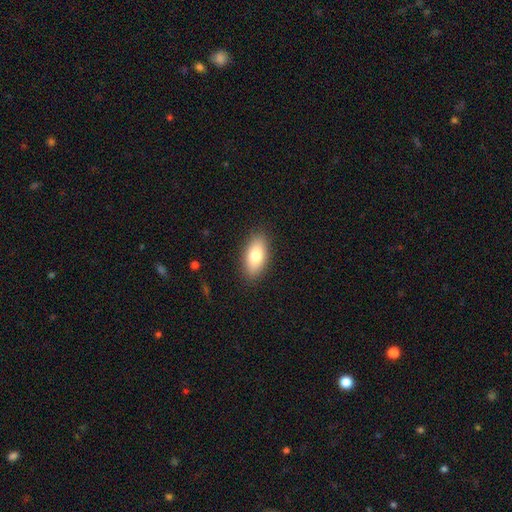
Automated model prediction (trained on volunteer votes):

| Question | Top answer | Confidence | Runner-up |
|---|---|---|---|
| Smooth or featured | smooth | 79% | featured or disk (14%) |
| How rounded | in between | 89% | cigar-shaped (8%) |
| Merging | none | 88% | minor disturbance (9%) |